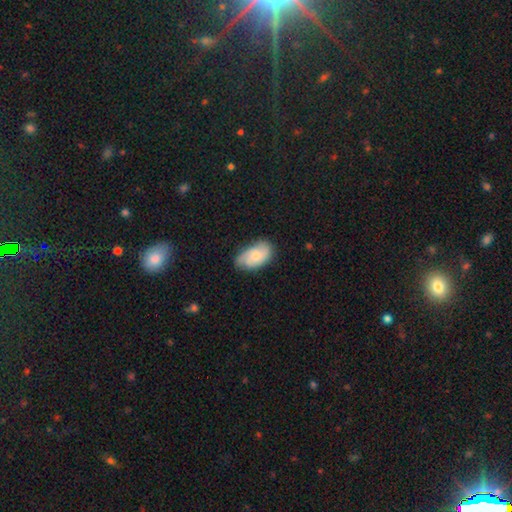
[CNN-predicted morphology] Smooth or featured: featured or disk — 52% (smooth — 41%)
Edge-on disk: no — 96% (yes — 4%)
Bar: no — 74% (weak — 23%)
Spiral arms: yes — 90% (no — 10%)
Bulge size: small — 55% (moderate — 34%)
Merging: none — 70% (minor disturbance — 23%)